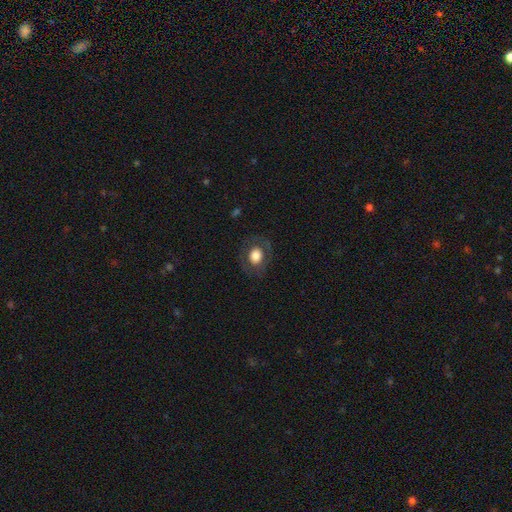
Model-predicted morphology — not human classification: Smooth or featured? Predicted: smooth (p=0.68). How rounded? Predicted: in between (p=0.52). Merging? Predicted: none (p=0.80).